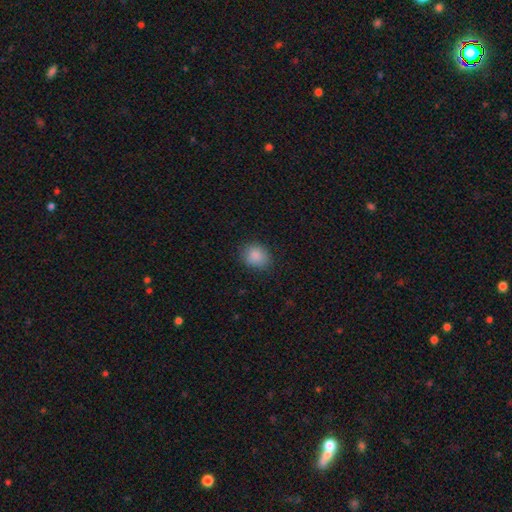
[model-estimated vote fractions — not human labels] Smooth or featured? smooth (87%)
How rounded? round (62%)
Merging? none (81%)